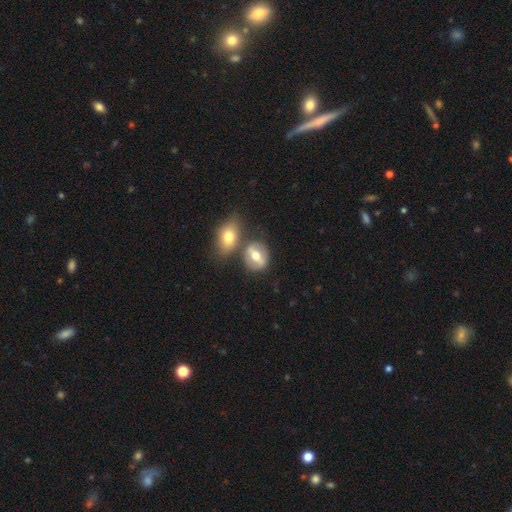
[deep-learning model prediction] Smooth or featured: smooth — 54% (featured or disk — 39%)
How rounded: in between — 54% (round — 43%)
Merging: none — 60% (merger — 24%)